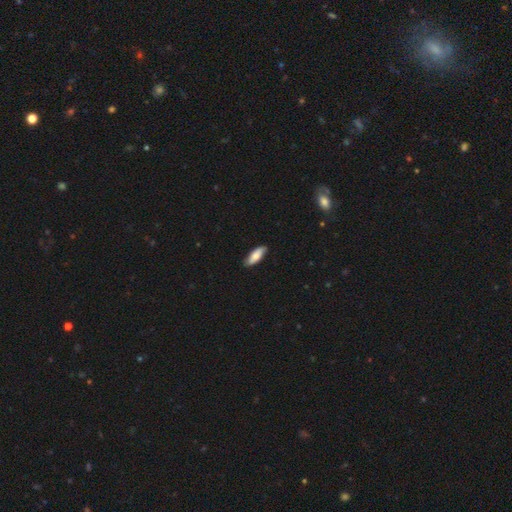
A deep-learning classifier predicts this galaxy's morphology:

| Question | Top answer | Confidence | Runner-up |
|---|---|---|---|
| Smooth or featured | smooth | 77% | featured or disk (17%) |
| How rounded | in between | 68% | cigar-shaped (30%) |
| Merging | none | 86% | minor disturbance (12%) |